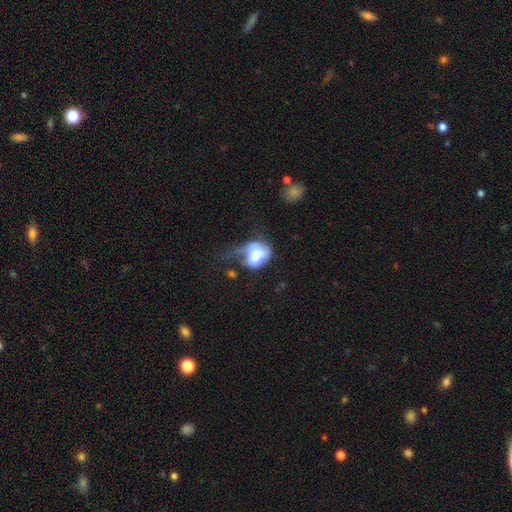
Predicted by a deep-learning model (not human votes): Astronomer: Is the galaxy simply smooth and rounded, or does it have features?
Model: smooth — 64%.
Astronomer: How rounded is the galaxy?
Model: in between — 50% (runner-up: round, 49%).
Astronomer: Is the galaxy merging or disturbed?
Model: major disturbance — 49% (runner-up: minor disturbance, 27%).